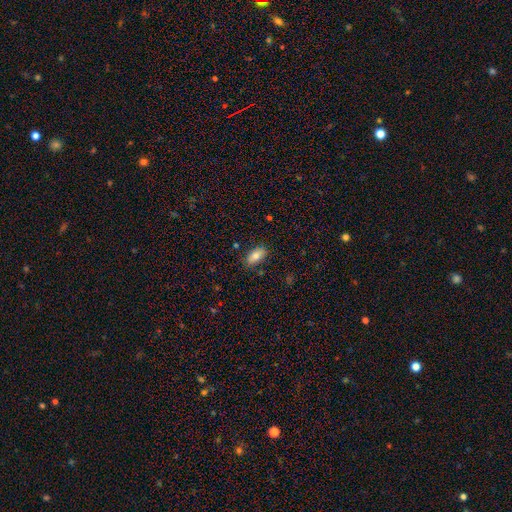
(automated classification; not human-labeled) A smooth galaxy with no disk features (77%) that is in between round and cigar-shaped (91%).

Vote fractions:
- Smooth or featured? smooth: 77% / featured or disk: 15% / star or artifact: 8%
- How rounded? in between: 91% / cigar-shaped: 5% / round: 4%
- Merging? none: 83% / minor disturbance: 13% / major disturbance: 3% / merger: 2%